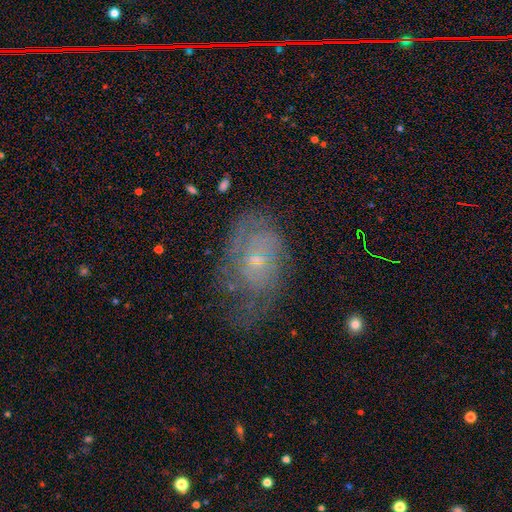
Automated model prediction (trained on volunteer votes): Smooth or featured? Predicted: featured or disk (p=0.63). Edge-on disk? Predicted: no (p=0.95). Bar? Predicted: no (p=0.79). Spiral arms? Predicted: yes (p=0.80). Bulge size? Predicted: small (p=0.74). Merging? Predicted: none (p=0.61).